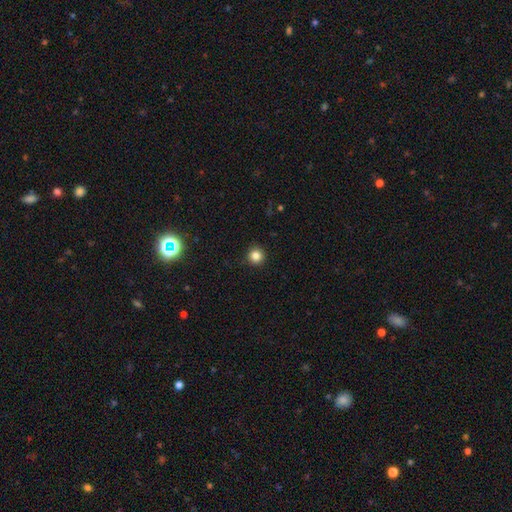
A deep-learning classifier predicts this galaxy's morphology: smooth 83%, star or artifact 12%, featured or disk 5%. Down the decision tree: how rounded — round (95%); merging — none (91%).